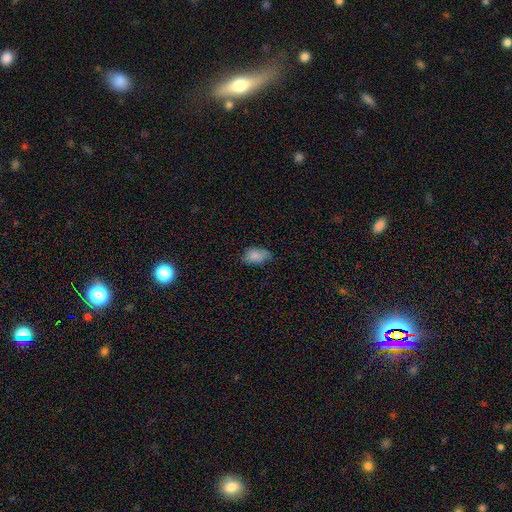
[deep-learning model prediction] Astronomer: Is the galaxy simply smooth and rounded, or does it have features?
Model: smooth — 82%.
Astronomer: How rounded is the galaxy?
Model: in between — 89%.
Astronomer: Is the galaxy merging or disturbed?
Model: none — 54% (runner-up: minor disturbance, 36%).